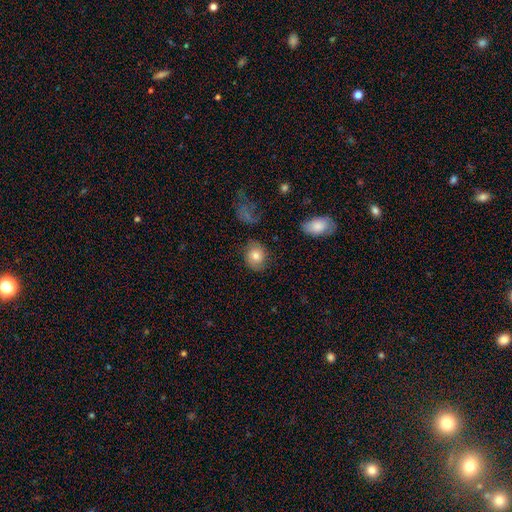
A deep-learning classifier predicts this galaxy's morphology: The model was most divided on "how rounded": round: 57%, in between: 42%, cigar-shaped: 1%. More confident: merging — none (76%); smooth or featured — smooth (76%).